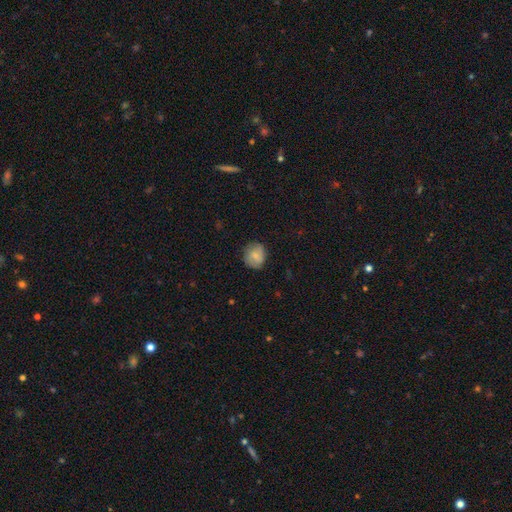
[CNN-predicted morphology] The model was most divided on "smooth or featured": smooth: 67%, featured or disk: 25%, star or artifact: 7%. More confident: merging — none (78%); how rounded — round (77%).